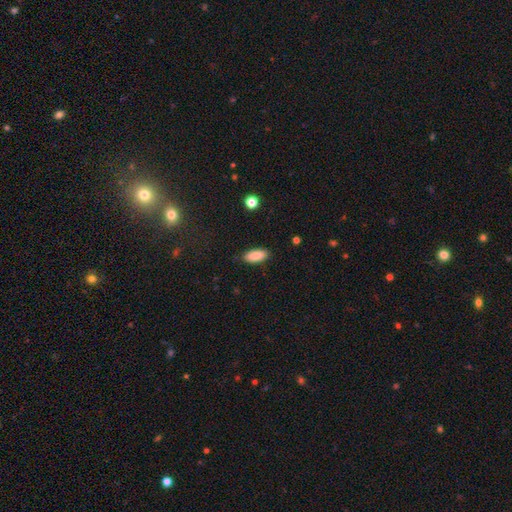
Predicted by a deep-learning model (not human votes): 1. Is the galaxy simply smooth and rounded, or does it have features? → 88% smooth, 7% star or artifact, 5% featured or disk.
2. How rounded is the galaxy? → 85% in between, 13% cigar-shaped, 2% round.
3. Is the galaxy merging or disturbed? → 86% none, 10% minor disturbance, 2% major disturbance, 1% merger.